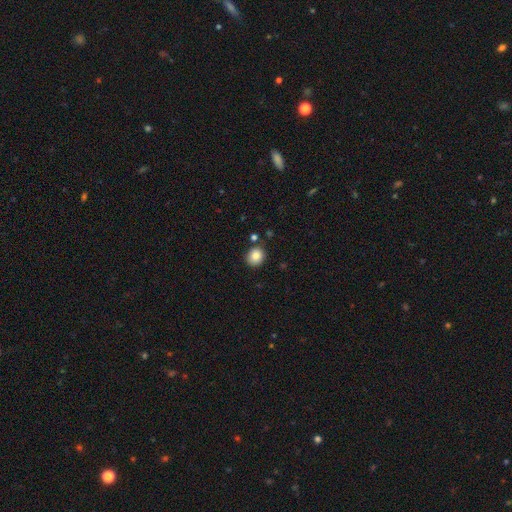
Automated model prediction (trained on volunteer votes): A smooth galaxy with no disk features (85%) that is round (79%).

Vote fractions:
- Smooth or featured? smooth: 85% / star or artifact: 9% / featured or disk: 5%
- How rounded? round: 79% / in between: 20% / cigar-shaped: 1%
- Merging? none: 84% / minor disturbance: 9% / merger: 5% / major disturbance: 2%